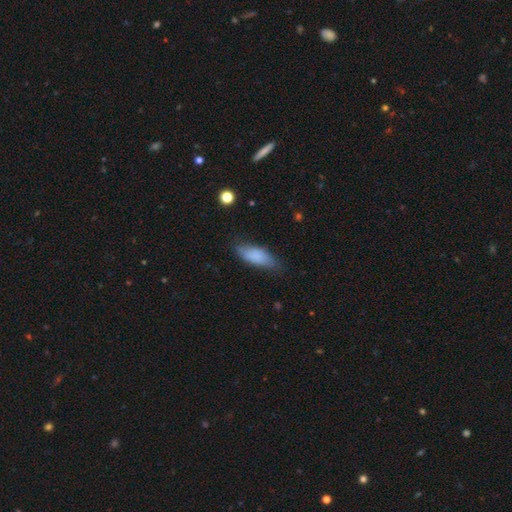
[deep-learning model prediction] smooth-or-featured: smooth: 82% | featured or disk: 11% | star or artifact: 7%
  how-rounded: in between: 70% | cigar-shaped: 28% | round: 2%
  merging: none: 69% | minor disturbance: 23% | major disturbance: 6% | merger: 2%